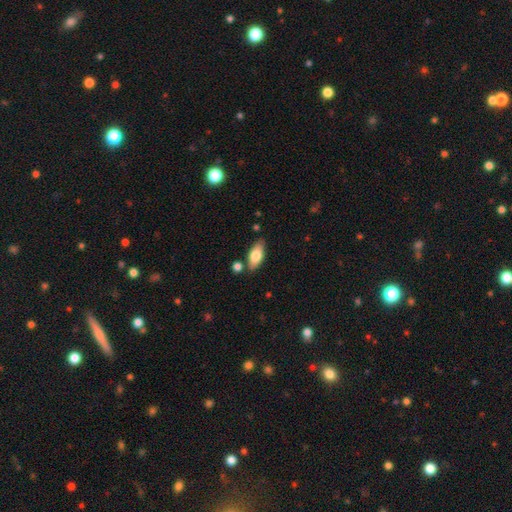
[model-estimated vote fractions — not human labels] A smooth galaxy with no disk features (75%) that is in between round and cigar-shaped (84%).

Vote fractions:
- Smooth or featured? smooth: 75% / featured or disk: 19% / star or artifact: 6%
- How rounded? in between: 84% / cigar-shaped: 13% / round: 3%
- Merging? none: 80% / minor disturbance: 12% / merger: 6% / major disturbance: 2%